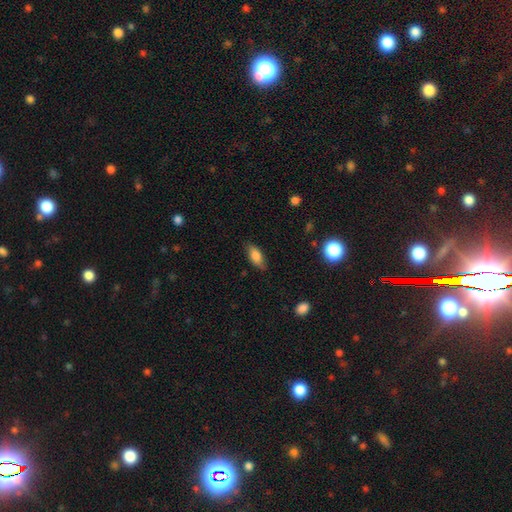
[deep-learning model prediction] Overall: smooth (81%). How rounded: in between (85%). Merging: none (80%).